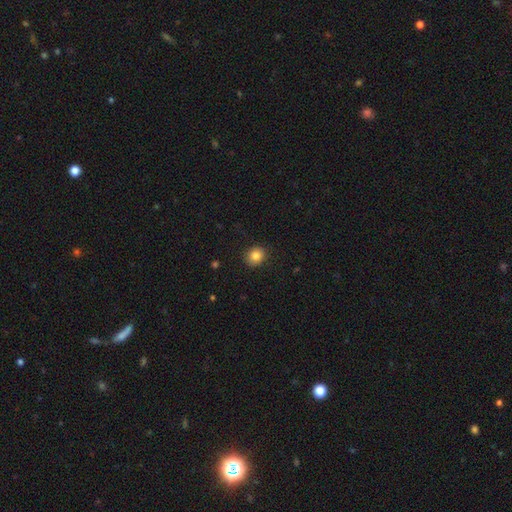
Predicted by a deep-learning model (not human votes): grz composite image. It shows a smooth galaxy with no disk features (84%) that is round (80%). Merging: none (89%).